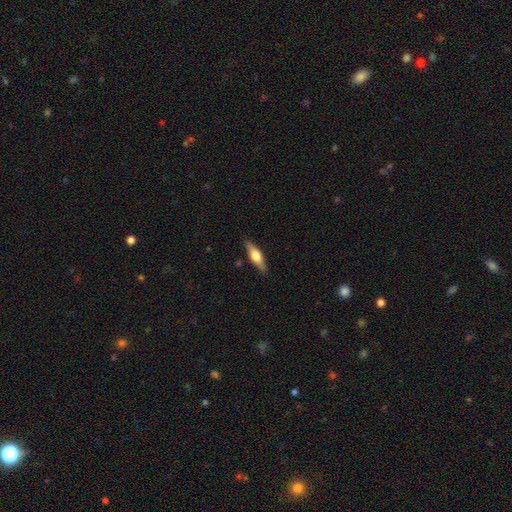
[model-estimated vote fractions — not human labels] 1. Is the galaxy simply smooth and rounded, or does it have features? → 50% featured or disk, 45% smooth, 6% star or artifact.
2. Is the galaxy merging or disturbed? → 87% none, 9% minor disturbance, 2% major disturbance, 1% merger.